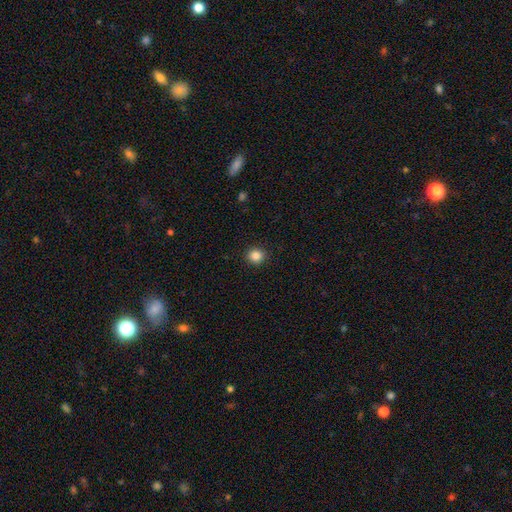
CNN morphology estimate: smooth 85%, star or artifact 11%, featured or disk 4%. Down the decision tree: how rounded — round (90%); merging — none (92%).